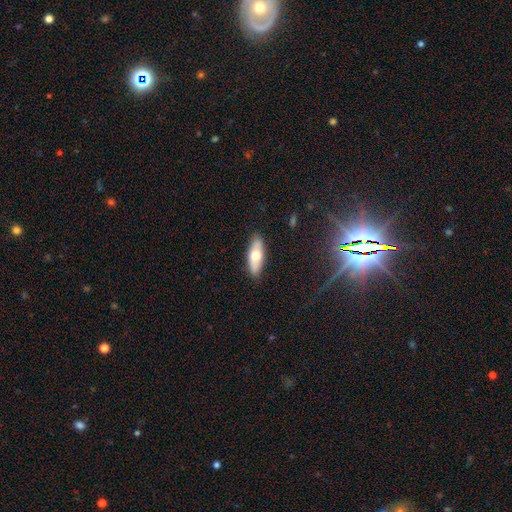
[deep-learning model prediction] A smooth galaxy with no disk features (62%) that is in between round and cigar-shaped (69%).

Vote fractions:
- Smooth or featured? smooth: 62% / featured or disk: 33% / star or artifact: 6%
- How rounded? in between: 69% / cigar-shaped: 28% / round: 3%
- Merging? none: 87% / minor disturbance: 10% / major disturbance: 2% / merger: 1%